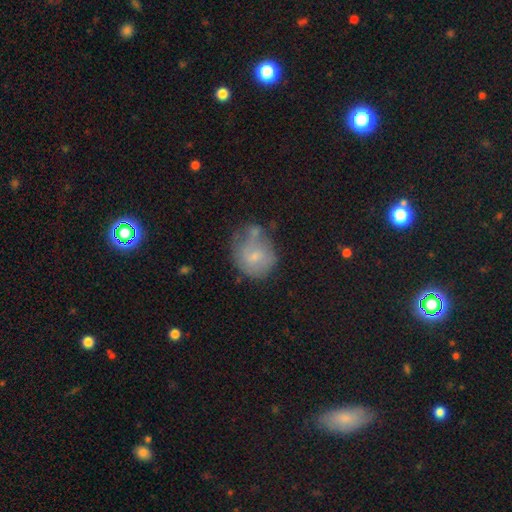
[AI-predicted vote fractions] This is possibly a smooth galaxy (58%). How rounded: likely round (66%). Merging: marginally none (38%).